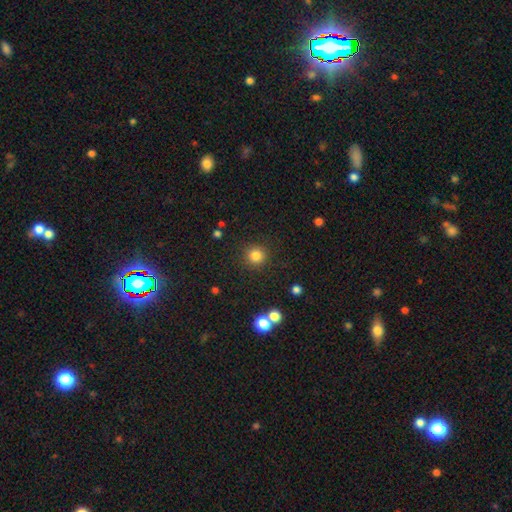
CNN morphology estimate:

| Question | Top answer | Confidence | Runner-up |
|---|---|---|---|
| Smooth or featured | smooth | 82% | star or artifact (13%) |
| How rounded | round | 94% | in between (5%) |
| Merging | none | 90% | minor disturbance (6%) |